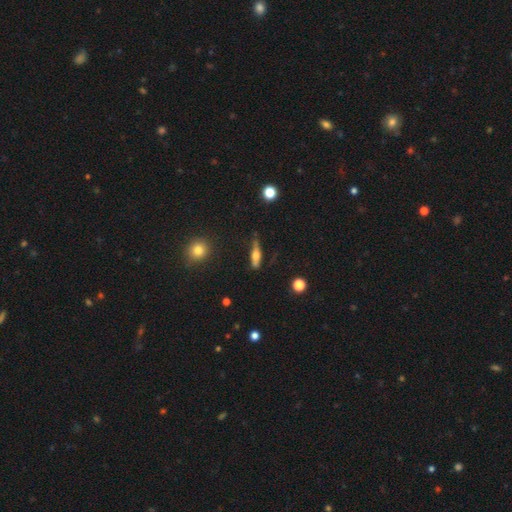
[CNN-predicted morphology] A featured or disk galaxy (48%). Merging: none (63%).